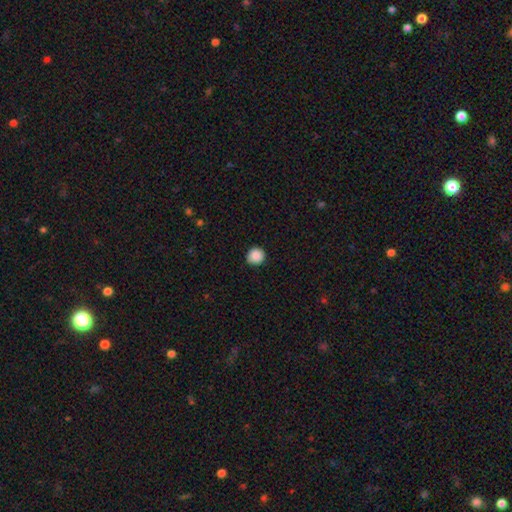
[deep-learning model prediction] Overall: smooth (89%). How rounded: round (93%). Merging: none (89%).